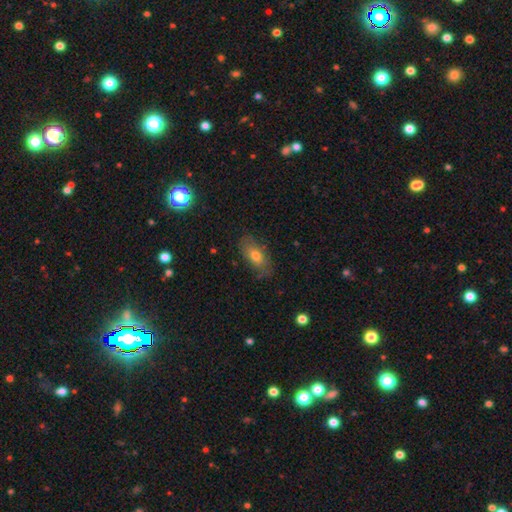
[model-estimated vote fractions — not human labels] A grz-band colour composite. It shows a smooth galaxy with no disk features (69%) that is in between round and cigar-shaped (87%). Merging: none (74%).